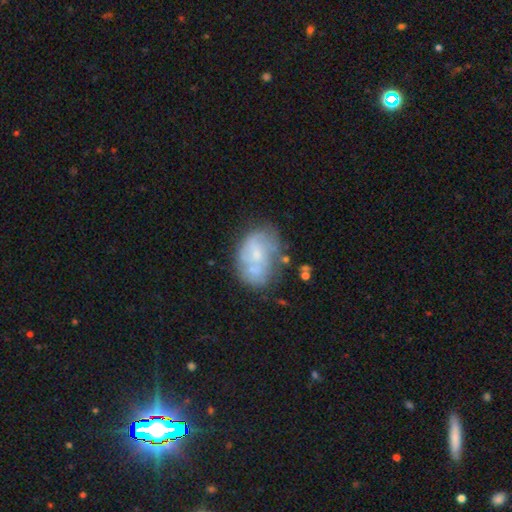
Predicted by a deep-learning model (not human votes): A featured or disk galaxy (57%) with no bar (71%), no spiral arms (53%) and a small central bulge (52%). Merging: none (47%).